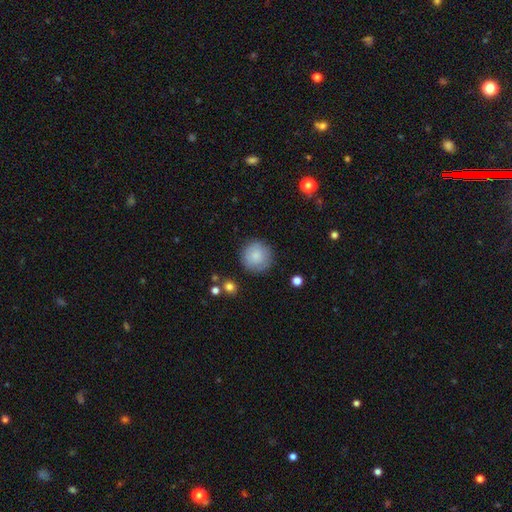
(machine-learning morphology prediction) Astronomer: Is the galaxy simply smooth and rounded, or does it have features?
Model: smooth — 83%.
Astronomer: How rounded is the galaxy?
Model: round — 95%.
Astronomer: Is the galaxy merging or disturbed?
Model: none — 86%.